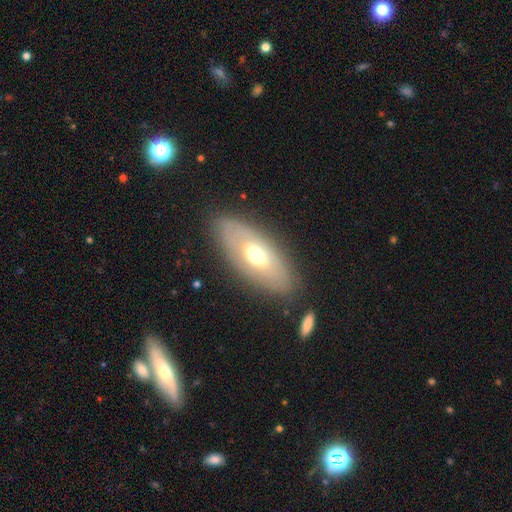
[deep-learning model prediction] Smooth or featured? smooth (48%)
Merging? none (82%)